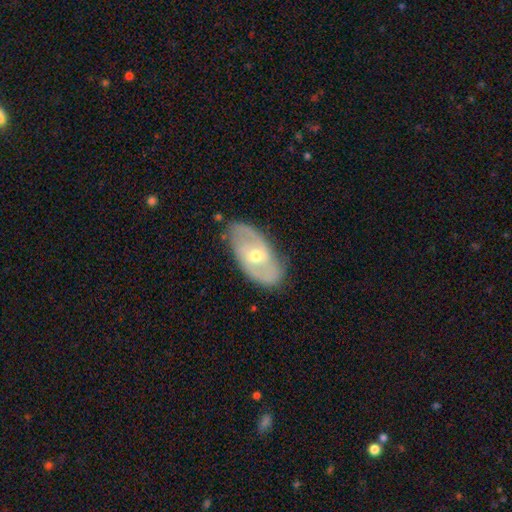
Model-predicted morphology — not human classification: smooth-or-featured: featured or disk: 68% | smooth: 26% | star or artifact: 6%
  disk-edge-on: no: 91% | yes: 9%
    bar: no: 48% | weak: 40% | strong: 13%
    has-spiral-arms: yes: 71% | no: 29%
    bulge-size: moderate: 60% | small: 36% | large: 3% | none: 1% | dominant: 1%
  merging: none: 78% | minor disturbance: 16% | major disturbance: 4% | merger: 2%